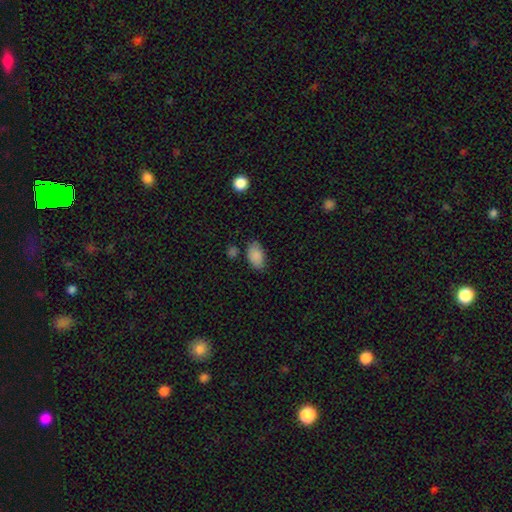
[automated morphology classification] A smooth galaxy with no disk features (87%) that is in between round and cigar-shaped (92%).

Vote fractions:
- Smooth or featured? smooth: 87% / star or artifact: 8% / featured or disk: 5%
- How rounded? in between: 92% / round: 7% / cigar-shaped: 2%
- Merging? none: 73% / minor disturbance: 19% / major disturbance: 4% / merger: 4%